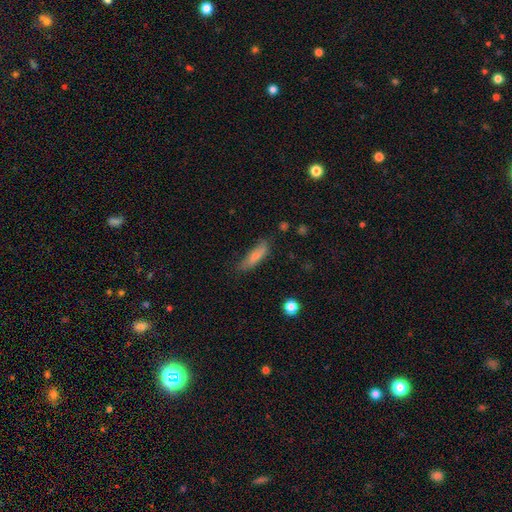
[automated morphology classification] Smooth or featured? Predicted: smooth (p=0.78). How rounded? Predicted: cigar-shaped (p=0.56). Merging? Predicted: none (p=0.66).